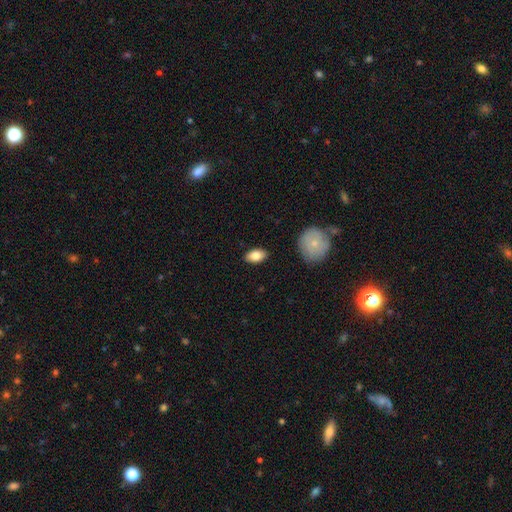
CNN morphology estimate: This appears to be a smooth galaxy with no disk features (82%) that is in between round and cigar-shaped (90%). Merging: none (87%).